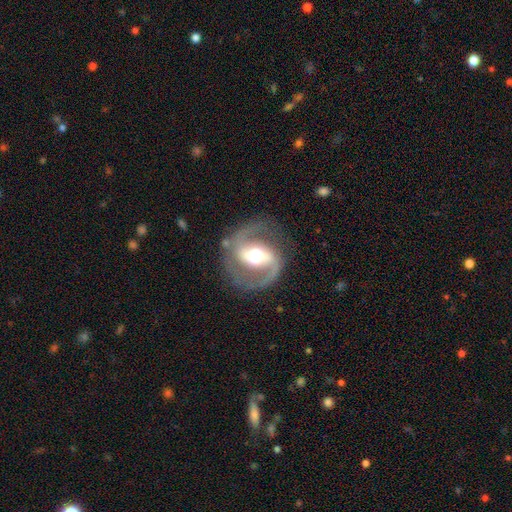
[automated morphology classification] Smooth or featured?
  - featured or disk: 88% *
  - smooth: 7%
  - star or artifact: 5%
Edge-on disk?
  - no: 98% *
  - yes: 2%
Bar?
  - strong: 42% *
  - weak: 37%
  - no: 21%
Spiral arms?
  - yes: 94% *
  - no: 6%
Spiral winding?
  - medium: 59% *
  - loose: 22%
  - tight: 19%
Spiral arm count?
  - 2: 92% *
  - 1: 3%
  - can't tell: 2%
  - 3: 1%
  - 4: 1%
  - more than 4: 1%
Bulge size?
  - moderate: 60% *
  - large: 29%
  - small: 6%
  - dominant: 4%
  - none: 1%
Merging?
  - none: 80% *
  - minor disturbance: 12%
  - major disturbance: 7%
  - merger: 2%